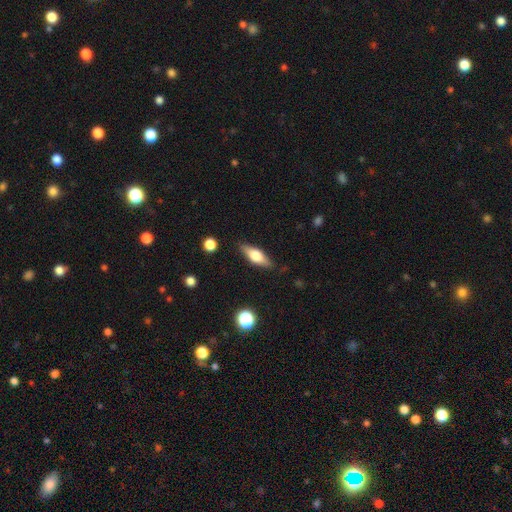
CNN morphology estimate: Smooth or featured? smooth (56%)
How rounded? in between (59%)
Merging? none (85%)